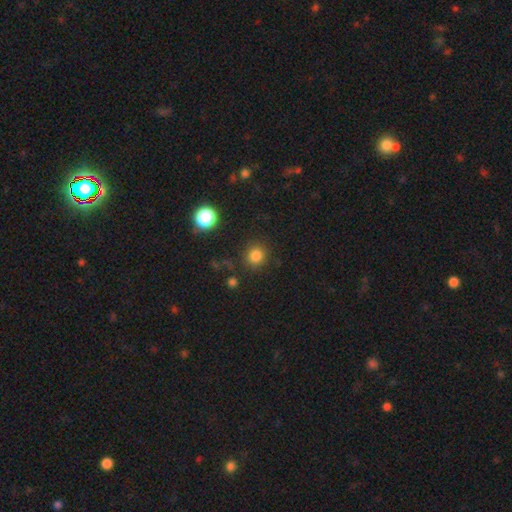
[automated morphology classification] type=smooth (82%); roundness=round (87%); merging=none (85%).